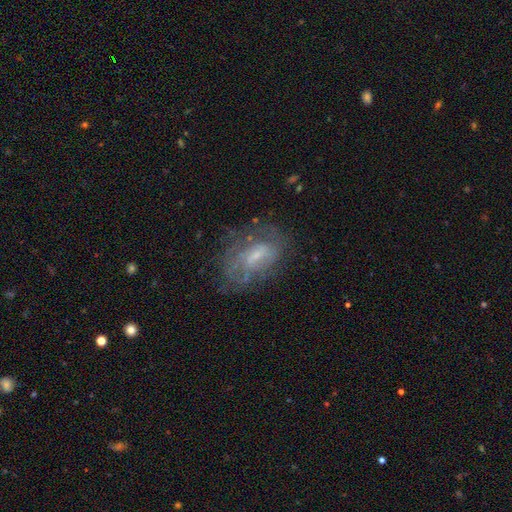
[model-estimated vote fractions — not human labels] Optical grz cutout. It shows a featured or disk galaxy (62%) with a weak bar (47%), spiral arms (55%) and a small central bulge (59%). Merging: none (56%).